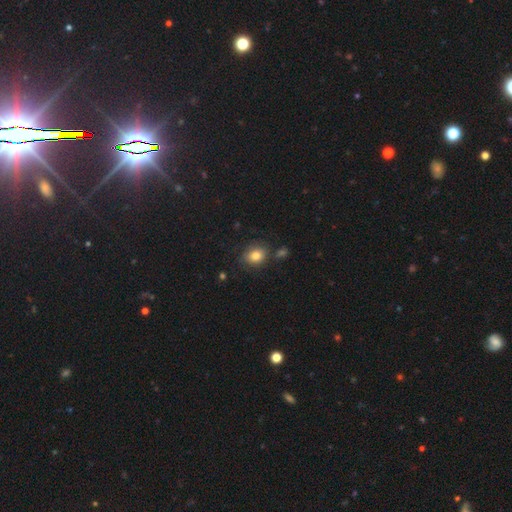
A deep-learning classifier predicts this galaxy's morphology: Smooth or featured: smooth — 83% (star or artifact — 10%)
How rounded: round — 50% (in between — 49%)
Merging: none — 75% (minor disturbance — 16%)